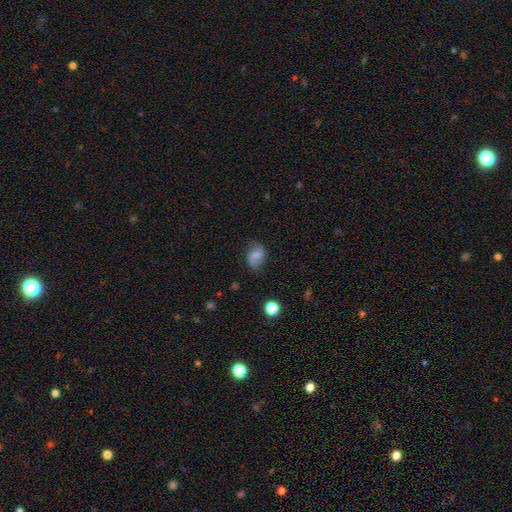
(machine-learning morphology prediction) smooth 53%, featured or disk 37%, star or artifact 10%. Down the decision tree: how rounded — in between (64%); merging — none (70%).